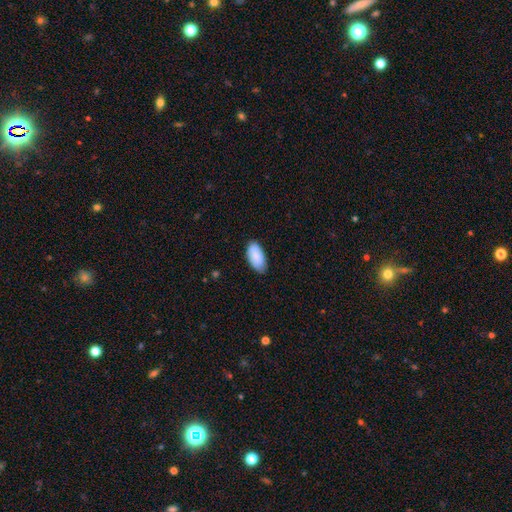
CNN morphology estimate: Overall: smooth (88%). How rounded: in between (95%). Merging: none (79%).